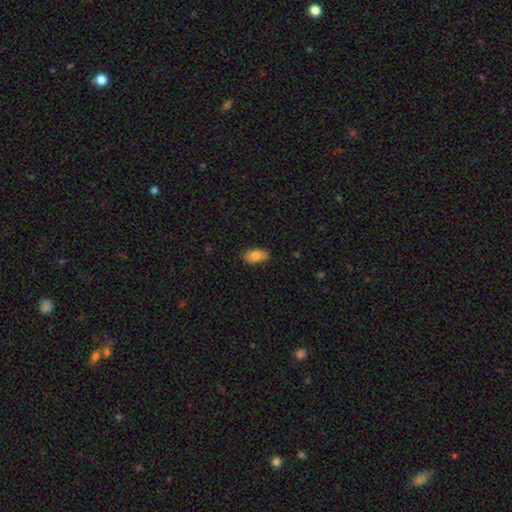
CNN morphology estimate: smooth_or_featured: smooth (p=0.84) [alt: featured or disk p=0.09]
how_rounded: in between (p=0.93) [alt: cigar-shaped p=0.04]
merging: none (p=0.84) [alt: minor disturbance p=0.13]